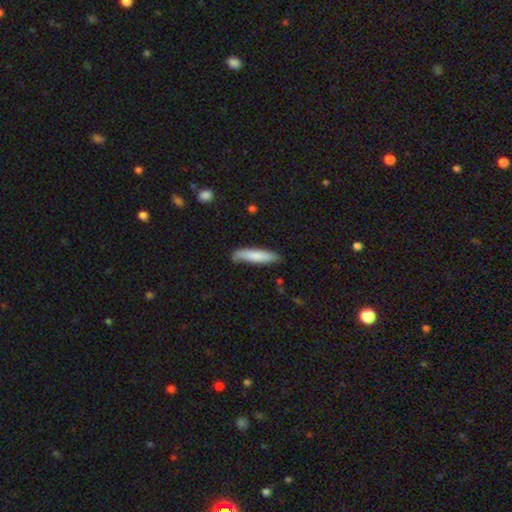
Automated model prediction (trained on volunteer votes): Morphology: type=smooth (78%); roundness=cigar-shaped (84%); merging=none (74%).